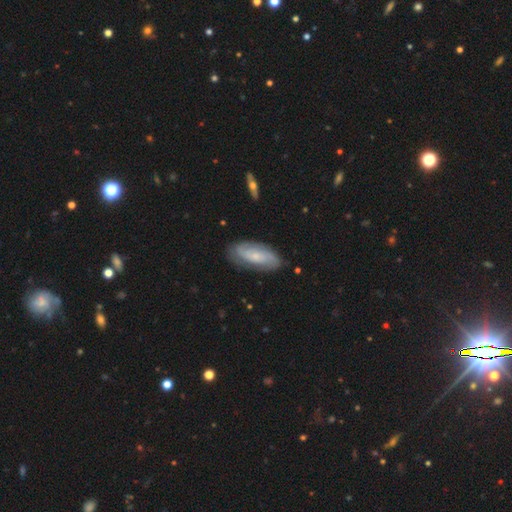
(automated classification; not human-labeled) Smooth or featured? Predicted: featured or disk (p=0.62). Edge-on disk? Predicted: no (p=0.90). Bar? Predicted: no (p=0.59). Spiral arms? Predicted: yes (p=0.88). Bulge size? Predicted: small (p=0.68). Merging? Predicted: none (p=0.79).